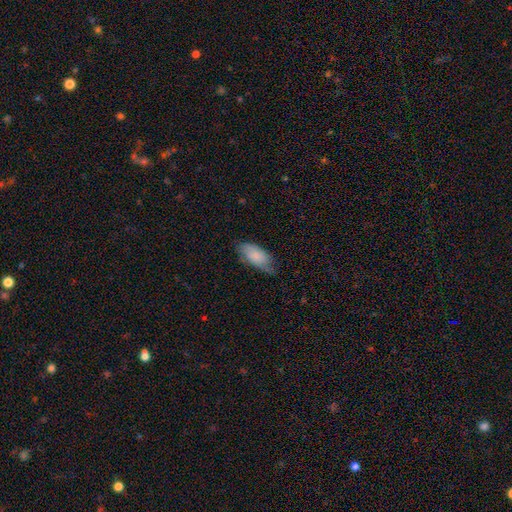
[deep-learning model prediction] A smooth galaxy with no disk features (80%) that is in between round and cigar-shaped (90%).

Vote fractions:
- Smooth or featured? smooth: 80% / featured or disk: 14% / star or artifact: 6%
- How rounded? in between: 90% / cigar-shaped: 7% / round: 2%
- Merging? none: 59% / minor disturbance: 32% / major disturbance: 7% / merger: 1%